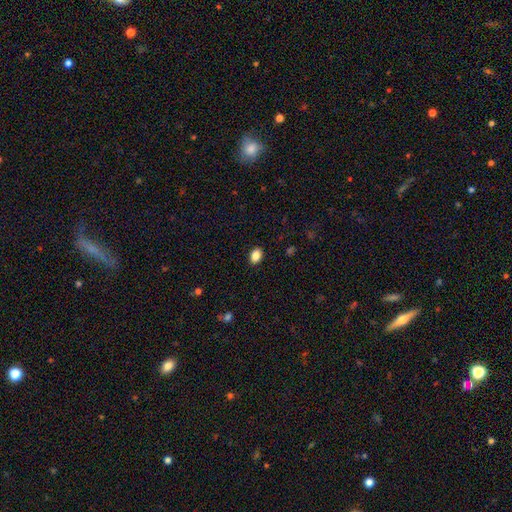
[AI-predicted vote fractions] Smooth or featured?
  - smooth: 87% *
  - star or artifact: 9%
  - featured or disk: 4%
How rounded?
  - in between: 81% *
  - round: 18%
  - cigar-shaped: 1%
Merging?
  - none: 89% *
  - minor disturbance: 8%
  - major disturbance: 2%
  - merger: 1%